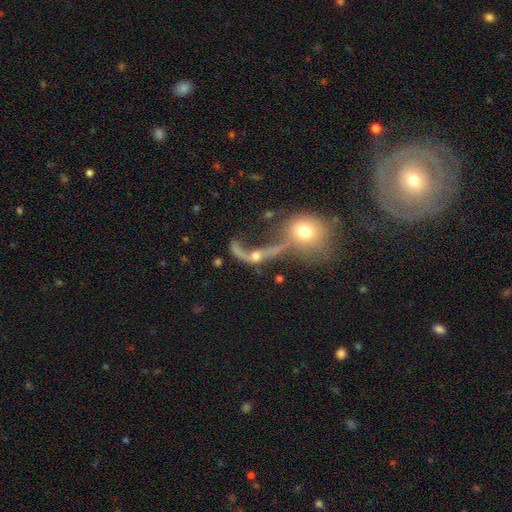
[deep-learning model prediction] A featured or disk galaxy (59%).

Vote fractions:
- Smooth or featured? featured or disk: 59% / smooth: 25% / star or artifact: 16%
- Edge-on disk? no: 82% / yes: 18%
- Merging? merger: 38% / major disturbance: 31% / none: 21% / minor disturbance: 10%